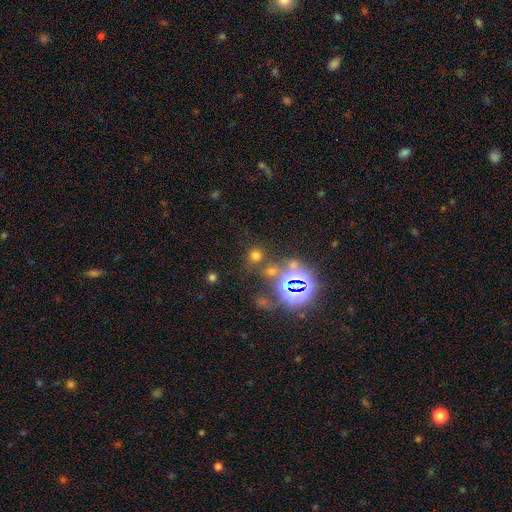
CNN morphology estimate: Smooth or featured?
  - smooth: 59% *
  - star or artifact: 34%
  - featured or disk: 7%
How rounded?
  - round: 86% *
  - in between: 13%
  - cigar-shaped: 1%
Merging?
  - none: 75% *
  - merger: 11%
  - minor disturbance: 9%
  - major disturbance: 5%